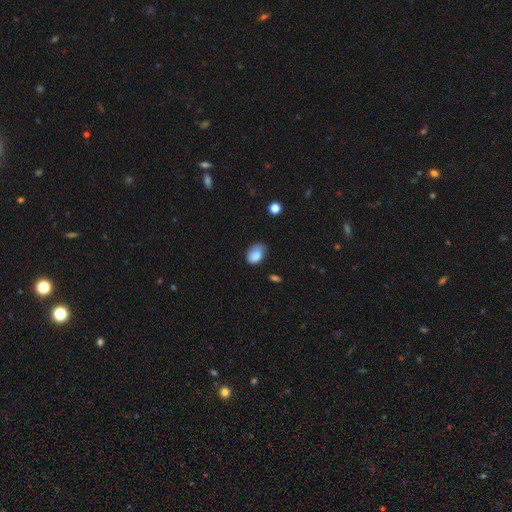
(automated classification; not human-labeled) Smooth or featured? Predicted: smooth (p=0.81). How rounded? Predicted: in between (p=0.80). Merging? Predicted: none (p=0.44).